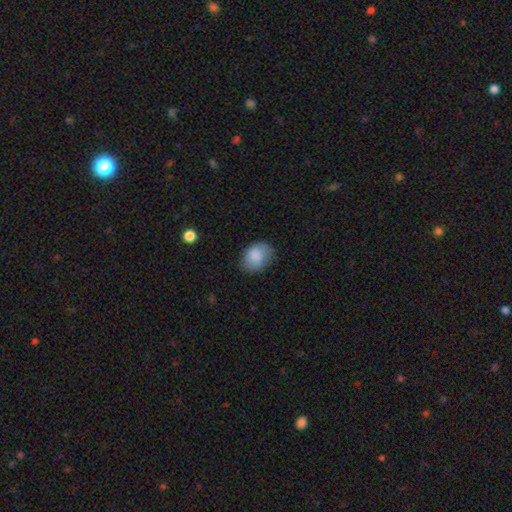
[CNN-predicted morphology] A smooth galaxy with no disk features (86%) that is in between round and cigar-shaped (72%). Merging: none (76%).